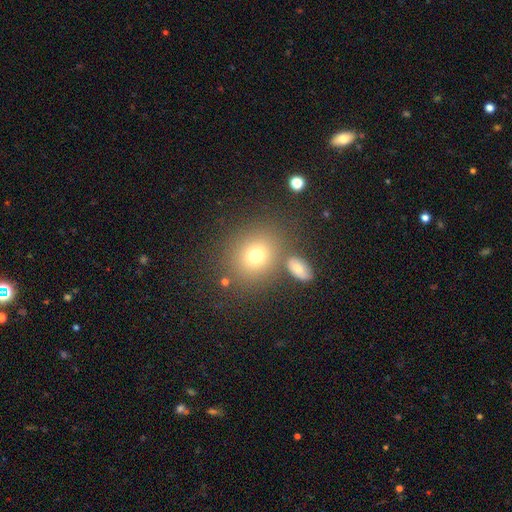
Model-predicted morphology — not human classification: Smooth or featured? Predicted: smooth (p=0.71). How rounded? Predicted: round (p=0.66). Merging? Predicted: none (p=0.72).